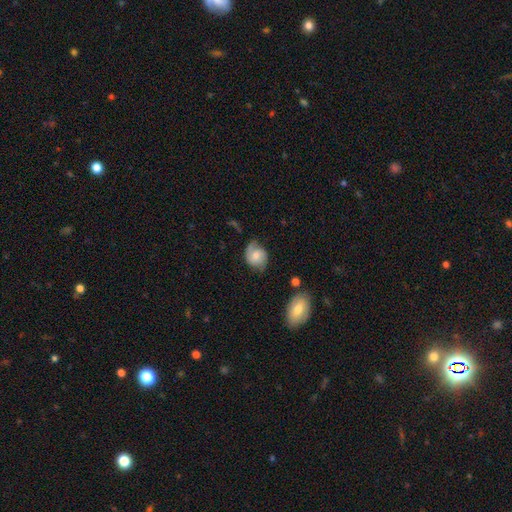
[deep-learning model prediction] This appears to be a featured or disk galaxy (48%). Merging: none (57%).